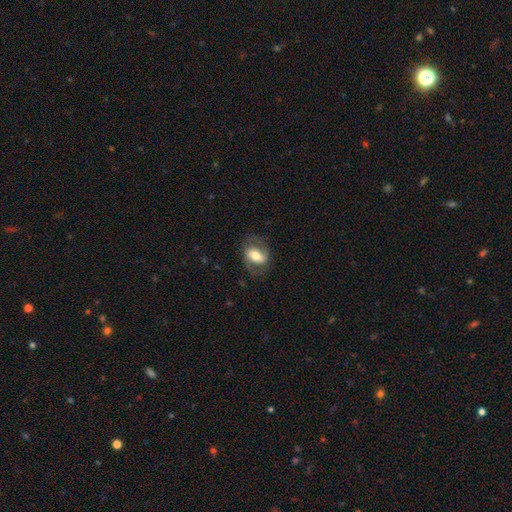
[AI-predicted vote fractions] Smooth or featured? Predicted: featured or disk (p=0.58). Edge-on disk? Predicted: no (p=0.95). Bar? Predicted: strong (p=0.37). Spiral arms? Predicted: yes (p=0.77). Bulge size? Predicted: moderate (p=0.60). Merging? Predicted: none (p=0.72).